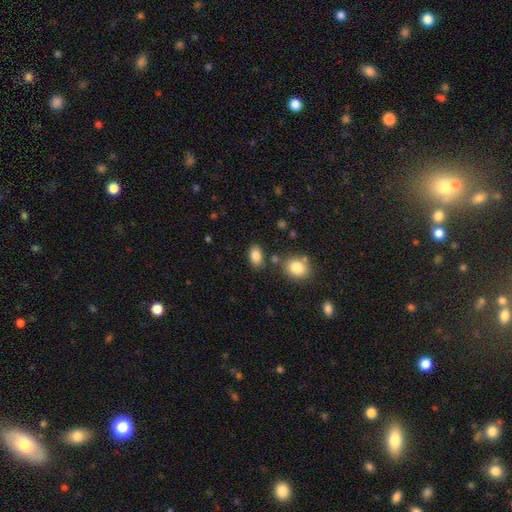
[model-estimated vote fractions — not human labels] This appears to be a smooth galaxy with no disk features (85%) that is in between round and cigar-shaped (88%). Merging: none (78%).